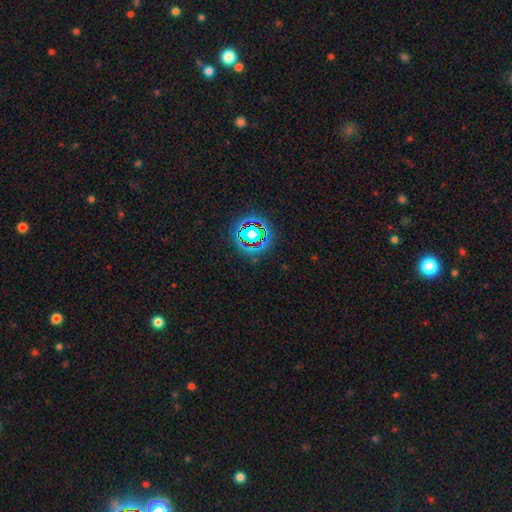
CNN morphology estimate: Q: Smooth or featured?
A: star or artifact (69%); runner-up: smooth (20%)